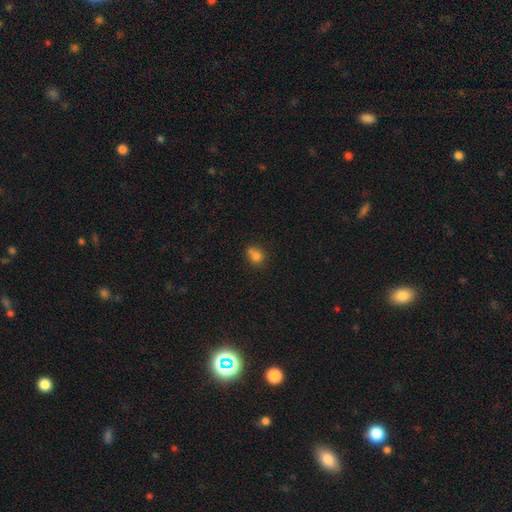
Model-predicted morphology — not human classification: A smooth galaxy with no disk features (77%) that is round (69%). Merging: none (45%).